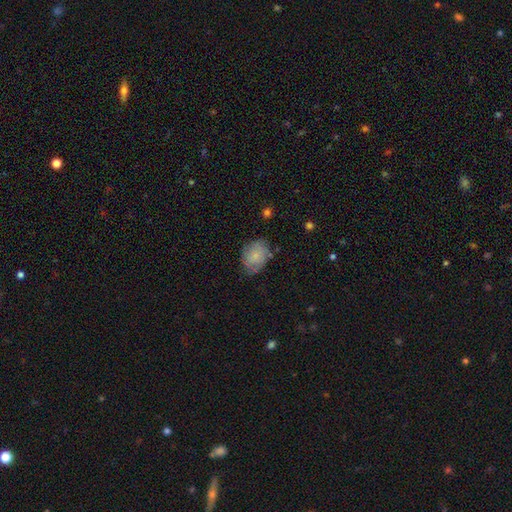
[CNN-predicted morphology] Smooth or featured? smooth (62%)
How rounded? in between (69%)
Merging? none (61%)